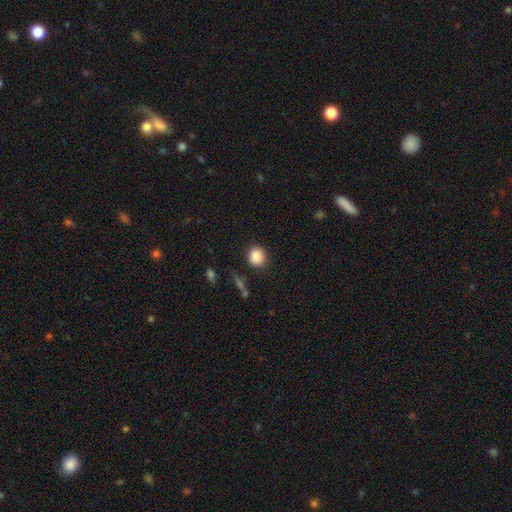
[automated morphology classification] Smooth or featured: smooth — 87% (star or artifact — 9%)
How rounded: round — 81% (in between — 18%)
Merging: none — 87% (minor disturbance — 9%)